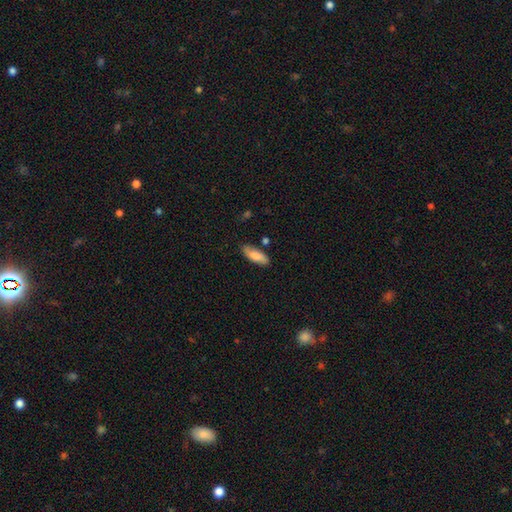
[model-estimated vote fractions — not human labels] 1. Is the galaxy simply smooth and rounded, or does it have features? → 81% smooth, 13% featured or disk, 6% star or artifact.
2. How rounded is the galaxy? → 67% in between, 31% cigar-shaped, 2% round.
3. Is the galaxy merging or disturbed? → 78% none, 15% minor disturbance, 4% merger, 3% major disturbance.